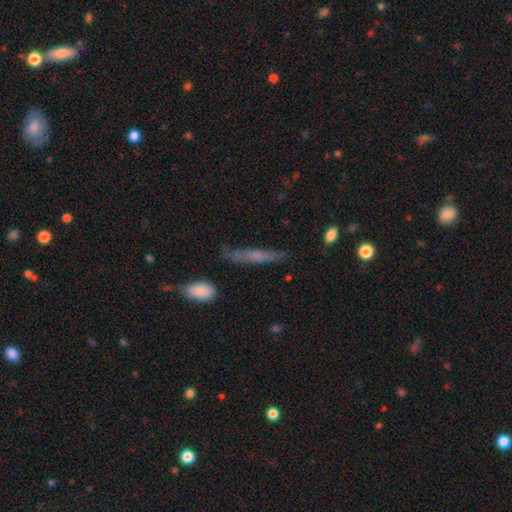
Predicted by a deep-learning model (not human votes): Smooth or featured?
  - smooth: 51% *
  - featured or disk: 39%
  - star or artifact: 10%
How rounded?
  - cigar-shaped: 89% *
  - in between: 8%
  - round: 3%
Merging?
  - none: 77% *
  - minor disturbance: 16%
  - major disturbance: 4%
  - merger: 3%